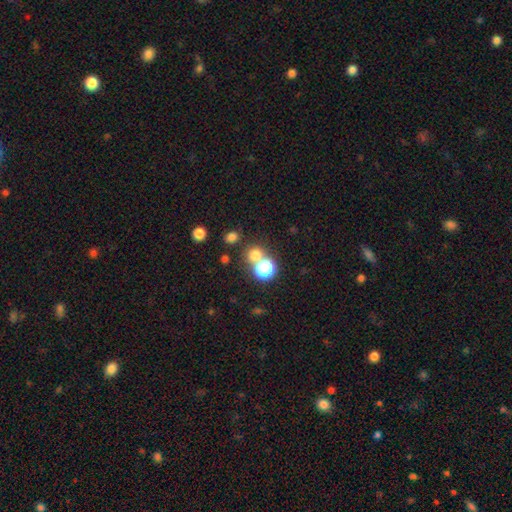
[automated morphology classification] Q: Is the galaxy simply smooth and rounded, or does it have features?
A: smooth — 69%.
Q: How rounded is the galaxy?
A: round — 83%.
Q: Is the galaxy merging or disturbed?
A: none — 65%.